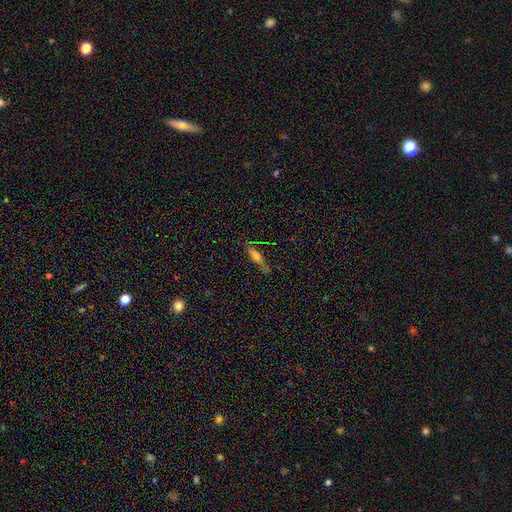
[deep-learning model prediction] Smooth or featured: smooth — 55% (featured or disk — 31%)
How rounded: cigar-shaped — 63% (in between — 34%)
Merging: none — 65% (minor disturbance — 21%)